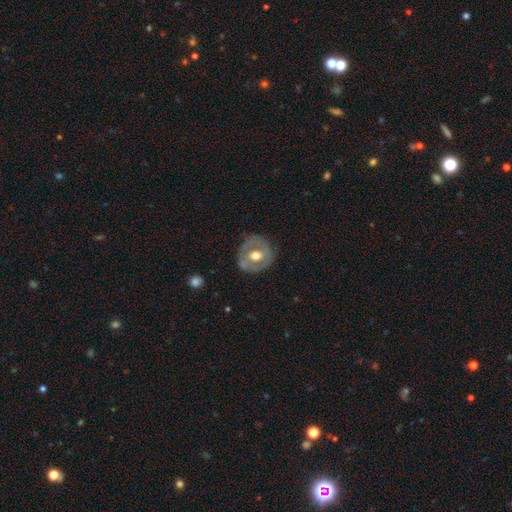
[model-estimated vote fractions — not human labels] Smooth or featured? Predicted: featured or disk (p=0.54). Edge-on disk? Predicted: no (p=0.95). Bar? Predicted: no (p=0.68). Spiral arms? Predicted: no (p=0.78). Bulge size? Predicted: moderate (p=0.66). Merging? Predicted: none (p=0.77).